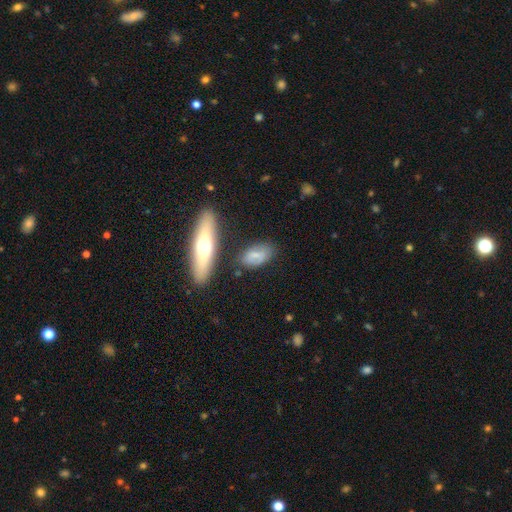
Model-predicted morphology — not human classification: A smooth galaxy with no disk features (69%) that is in between round and cigar-shaped (88%). Merging: none (73%).